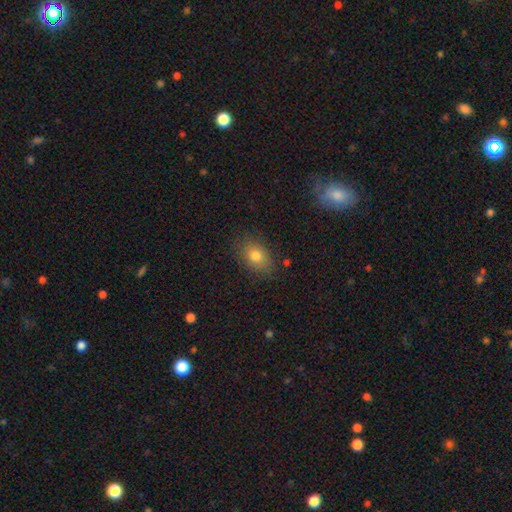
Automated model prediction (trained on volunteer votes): This appears to be a smooth galaxy with no disk features (79%) that is in between round and cigar-shaped (76%). Merging: none (83%).